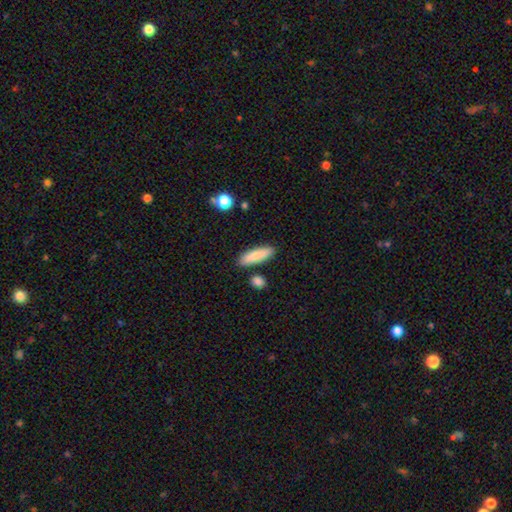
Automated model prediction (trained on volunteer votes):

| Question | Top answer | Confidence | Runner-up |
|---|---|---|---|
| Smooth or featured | smooth | 84% | featured or disk (10%) |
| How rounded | cigar-shaped | 59% | in between (38%) |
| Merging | none | 85% | minor disturbance (9%) |